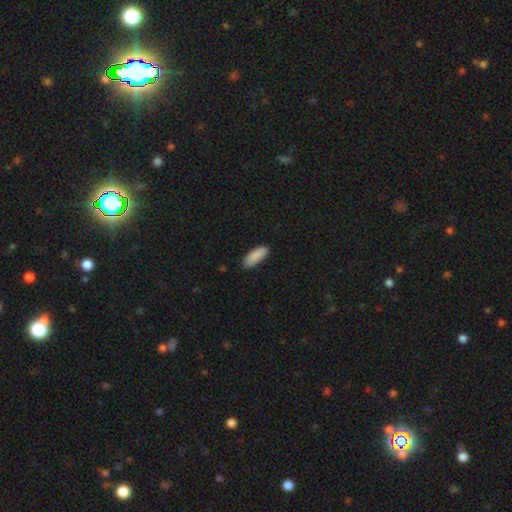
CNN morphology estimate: A smooth galaxy with no disk features (90%) that is in between round and cigar-shaped (75%). Merging: none (87%).